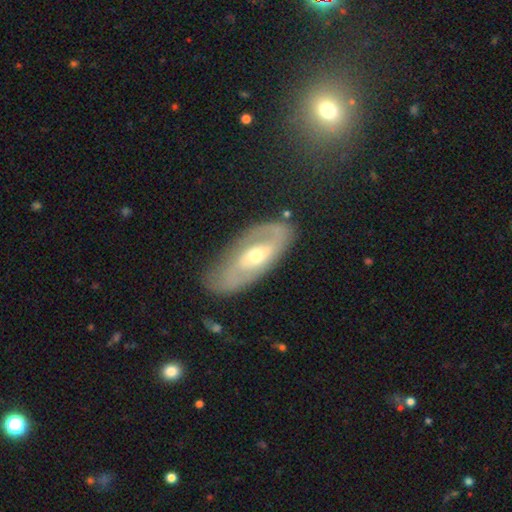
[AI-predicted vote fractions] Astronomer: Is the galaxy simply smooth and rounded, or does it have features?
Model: featured or disk — 73%.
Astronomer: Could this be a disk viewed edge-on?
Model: no — 89%.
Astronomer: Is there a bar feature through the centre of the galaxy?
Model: no — 61%.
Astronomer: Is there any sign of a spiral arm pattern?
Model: yes — 69%.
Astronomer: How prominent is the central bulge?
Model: moderate — 56% (runner-up: small, 38%).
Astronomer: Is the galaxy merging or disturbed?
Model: none — 69%.